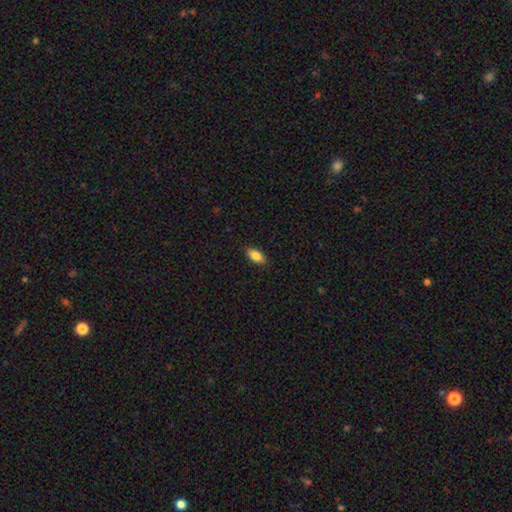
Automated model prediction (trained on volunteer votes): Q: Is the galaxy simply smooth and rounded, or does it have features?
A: smooth — 84%.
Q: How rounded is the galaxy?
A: in between — 88%.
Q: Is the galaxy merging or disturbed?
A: none — 88%.